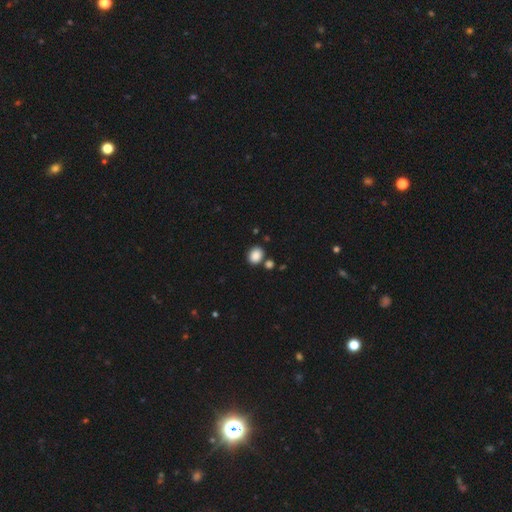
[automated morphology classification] Overall: smooth (88%). How rounded: in between (50%; round 49%). Merging: none (75%).